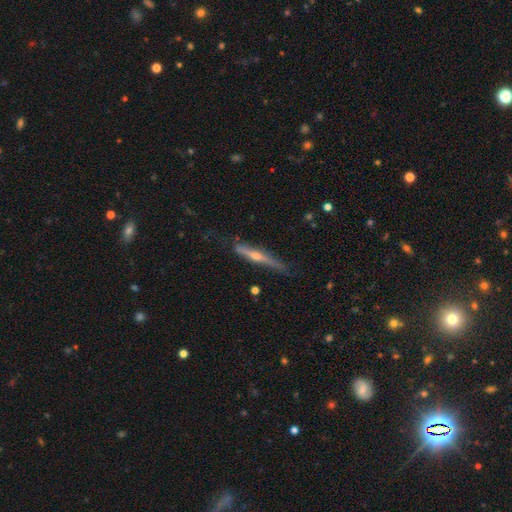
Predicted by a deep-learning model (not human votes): smooth_or_featured: featured or disk (p=0.72) [alt: smooth p=0.22]
disk_edge_on: yes (p=0.96) [alt: no p=0.04]
edge_on_bulge: rounded (p=0.86) [alt: none p=0.10]
merging: none (p=0.74) [alt: minor disturbance p=0.20]